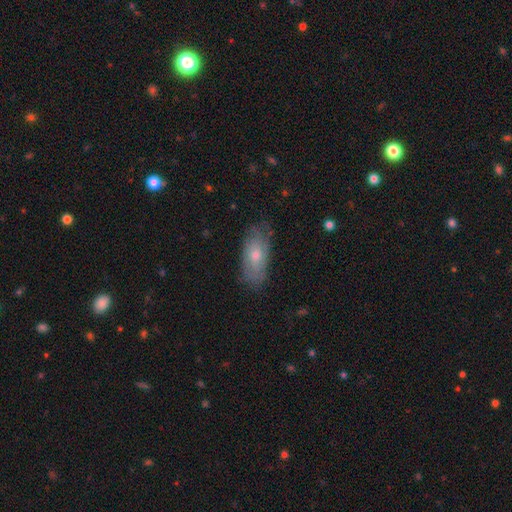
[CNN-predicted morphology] A smooth galaxy with no disk features (44%, tied with featured or disk). Merging: none (77%).